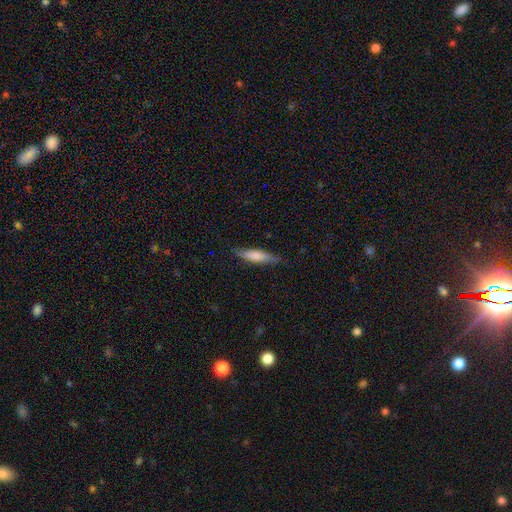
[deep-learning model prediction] Smooth or featured?
  - smooth: 71% *
  - featured or disk: 23%
  - star or artifact: 6%
How rounded?
  - cigar-shaped: 76% *
  - in between: 23%
  - round: 2%
Merging?
  - none: 84% *
  - minor disturbance: 13%
  - major disturbance: 2%
  - merger: 1%